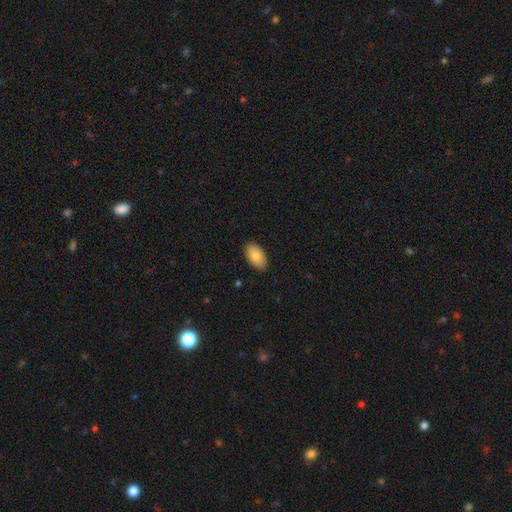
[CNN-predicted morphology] Smooth or featured?
  - smooth: 79% *
  - featured or disk: 14%
  - star or artifact: 7%
How rounded?
  - in between: 94% *
  - round: 5%
  - cigar-shaped: 2%
Merging?
  - none: 87% *
  - minor disturbance: 10%
  - major disturbance: 2%
  - merger: 1%